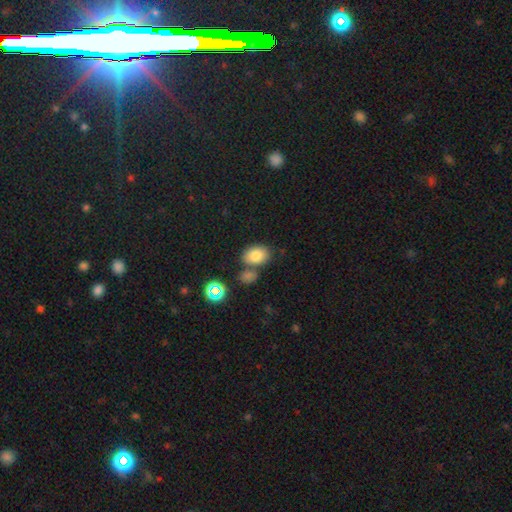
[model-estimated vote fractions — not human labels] smooth 80%, star or artifact 11%, featured or disk 9%. Down the decision tree: how rounded — in between (78%); merging — none (63%).